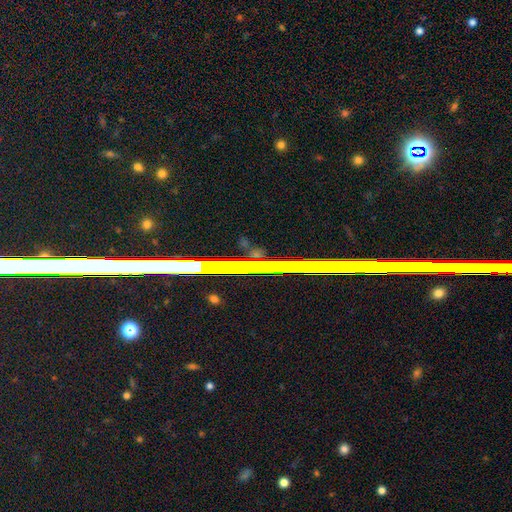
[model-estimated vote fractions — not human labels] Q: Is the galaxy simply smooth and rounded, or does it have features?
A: star or artifact — 59%.